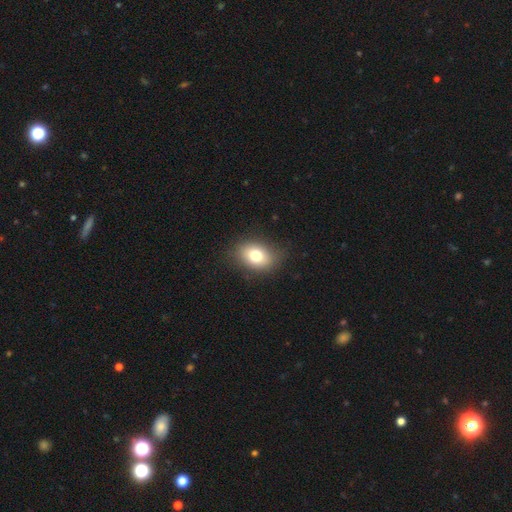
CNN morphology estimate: type=smooth (77%); roundness=in between (75%); merging=none (83%).